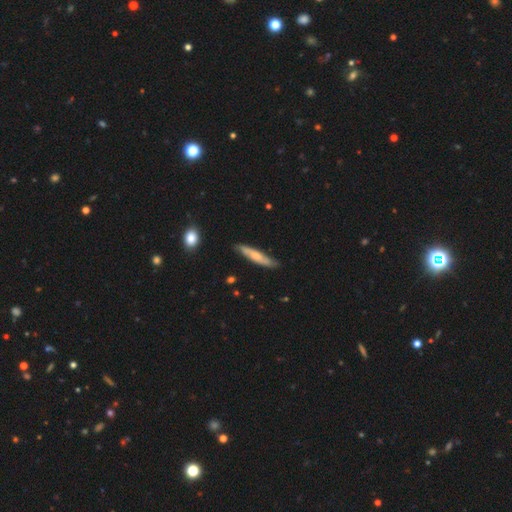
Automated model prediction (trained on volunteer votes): This is possibly a smooth galaxy (53%). How rounded: clearly cigar-shaped (87%). Merging: likely none (79%).